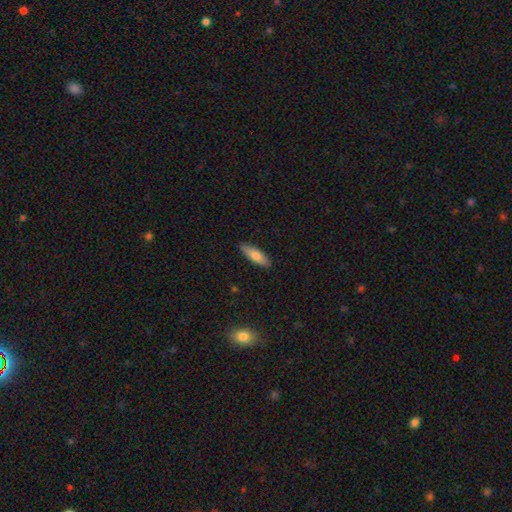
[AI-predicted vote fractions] A smooth galaxy with no disk features (73%) that is cigar-shaped (52%). Merging: none (88%).